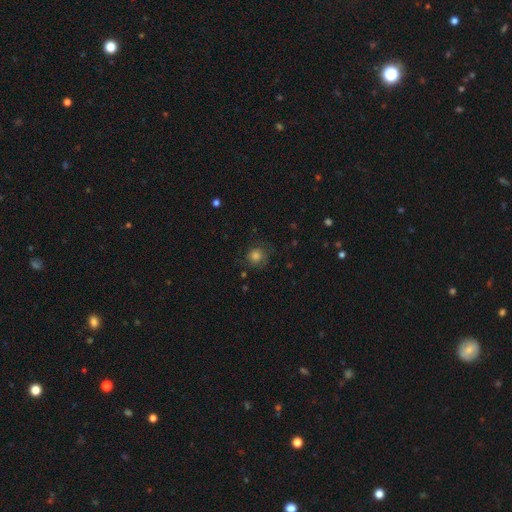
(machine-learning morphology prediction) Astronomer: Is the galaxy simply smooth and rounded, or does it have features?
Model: smooth — 75%.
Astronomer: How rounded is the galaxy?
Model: round — 88%.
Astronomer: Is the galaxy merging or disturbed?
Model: none — 69%.